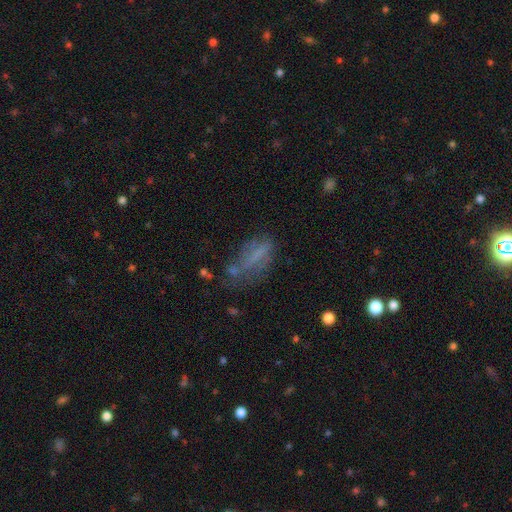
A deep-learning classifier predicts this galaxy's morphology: A smooth galaxy with no disk features (50%).

Vote fractions:
- Smooth or featured? smooth: 50% / featured or disk: 34% / star or artifact: 16%
- Merging? none: 38% / minor disturbance: 27% / major disturbance: 27% / merger: 7%